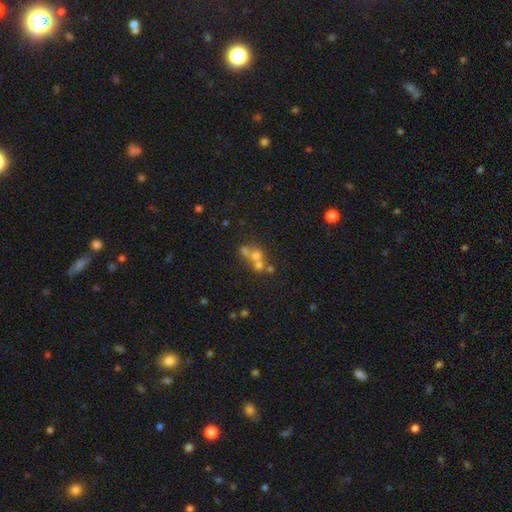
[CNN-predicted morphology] Smooth or featured: smooth — 51% (featured or disk — 27%)
How rounded: round — 79% (in between — 20%)
Merging: merger — 53% (none — 34%)